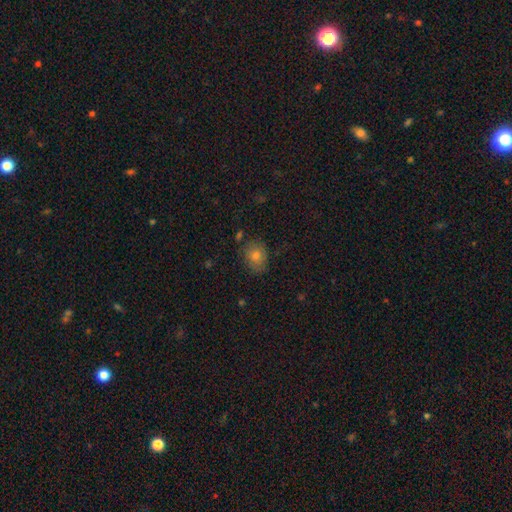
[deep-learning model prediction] Smooth or featured? Predicted: smooth (p=0.76). How rounded? Predicted: round (p=0.56). Merging? Predicted: none (p=0.78).